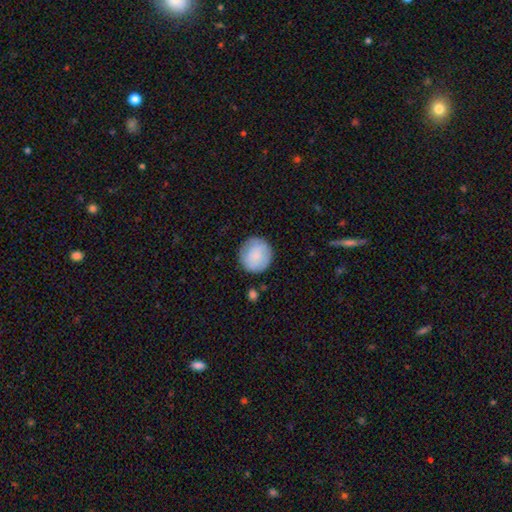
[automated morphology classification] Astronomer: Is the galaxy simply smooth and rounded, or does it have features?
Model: smooth — 76%.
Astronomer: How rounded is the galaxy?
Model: round — 93%.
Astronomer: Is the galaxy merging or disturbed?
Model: none — 83%.